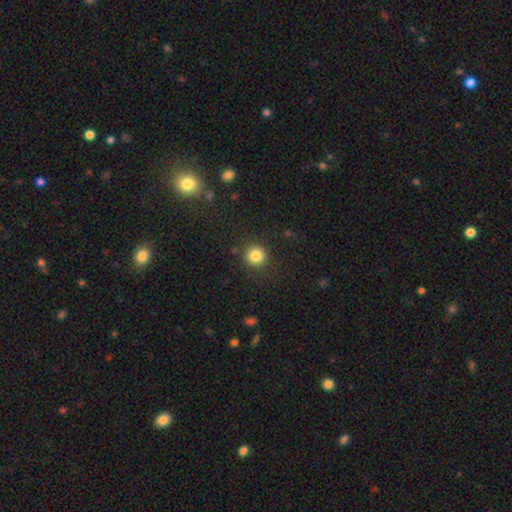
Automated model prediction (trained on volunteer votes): Overall: smooth (84%). How rounded: round (92%). Merging: none (86%).